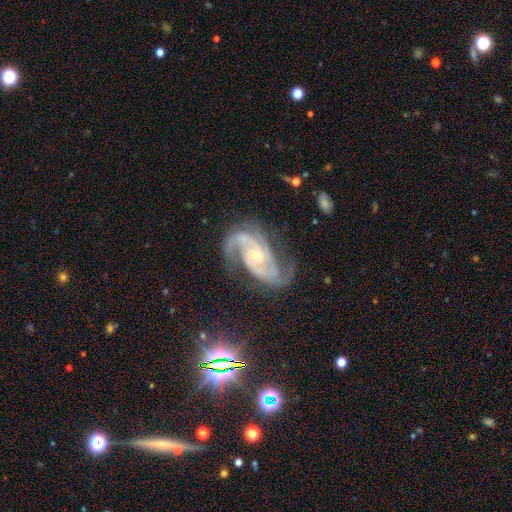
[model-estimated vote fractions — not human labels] Morphology: type=featured or disk (92%); edge-on=no (97%); bar=no (59%); spiral arms=yes (98%); winding=medium (55%); arm count=2 (68%); bulge=small (56%); merging=none (69%).